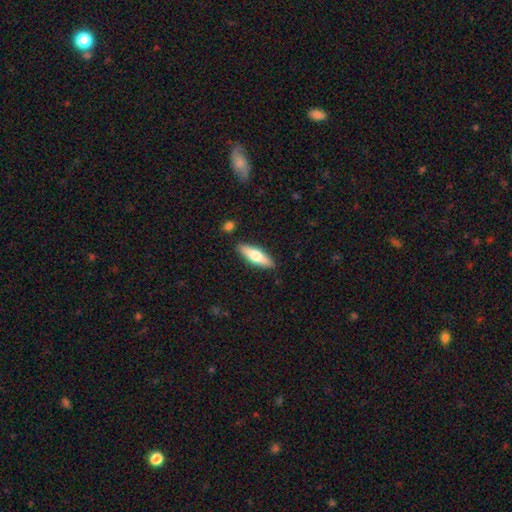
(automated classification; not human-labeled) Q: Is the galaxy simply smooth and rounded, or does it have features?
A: smooth — 57%.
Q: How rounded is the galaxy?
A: cigar-shaped — 54%.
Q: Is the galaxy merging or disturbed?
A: none — 87%.